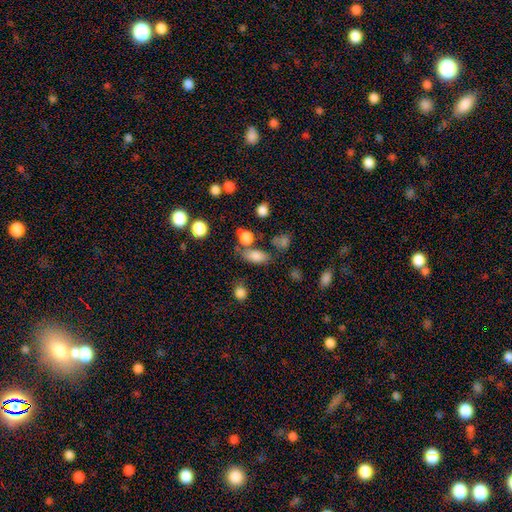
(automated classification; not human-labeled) A smooth galaxy with no disk features (77%) that is in between round and cigar-shaped (76%).

Vote fractions:
- Smooth or featured? smooth: 77% / star or artifact: 12% / featured or disk: 11%
- How rounded? in between: 76% / round: 16% / cigar-shaped: 9%
- Merging? none: 60% / merger: 17% / minor disturbance: 16% / major disturbance: 7%